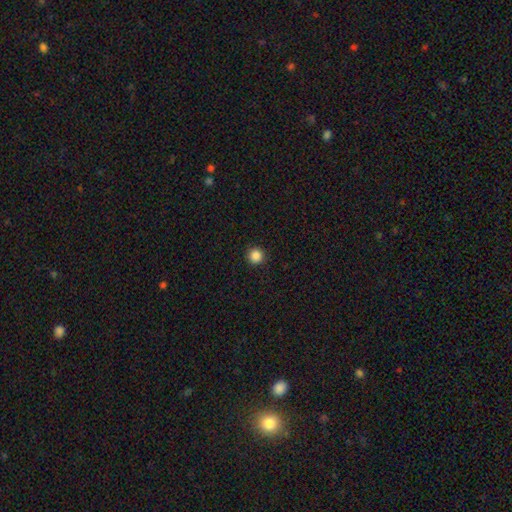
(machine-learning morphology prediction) type=smooth (87%); roundness=round (96%); merging=none (93%).